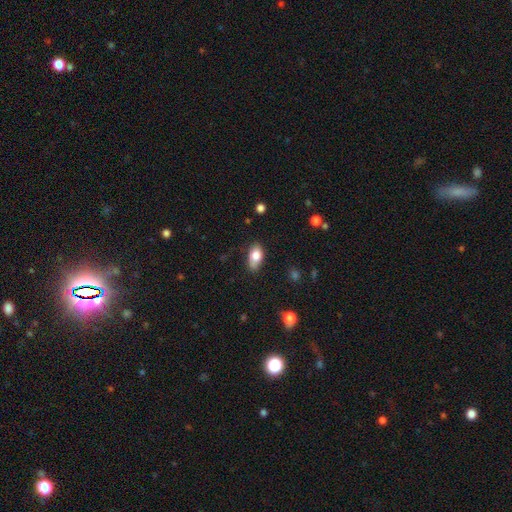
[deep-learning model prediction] smooth 80%, featured or disk 12%, star or artifact 8%. Down the decision tree: how rounded — in between (90%); merging — none (67%).